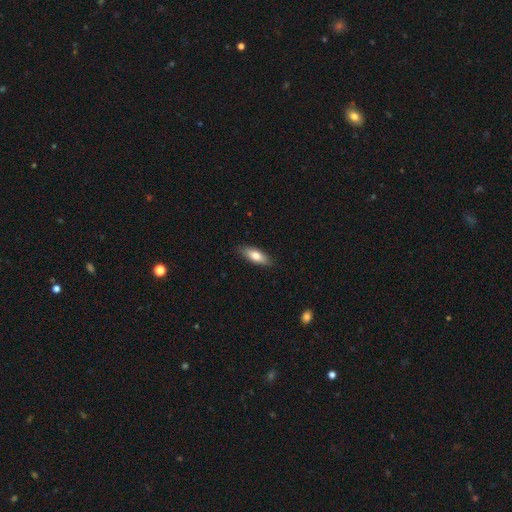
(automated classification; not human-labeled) smooth 75%, featured or disk 19%, star or artifact 6%. Down the decision tree: how rounded — in between (67%); merging — none (86%).